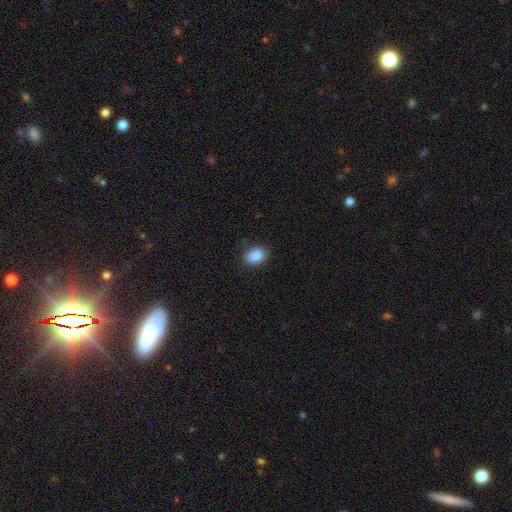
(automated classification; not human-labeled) Q: Smooth or featured?
A: smooth (88%); runner-up: star or artifact (8%)
Q: How rounded?
A: in between (63%); runner-up: round (36%)
Q: Merging?
A: none (81%); runner-up: minor disturbance (14%)